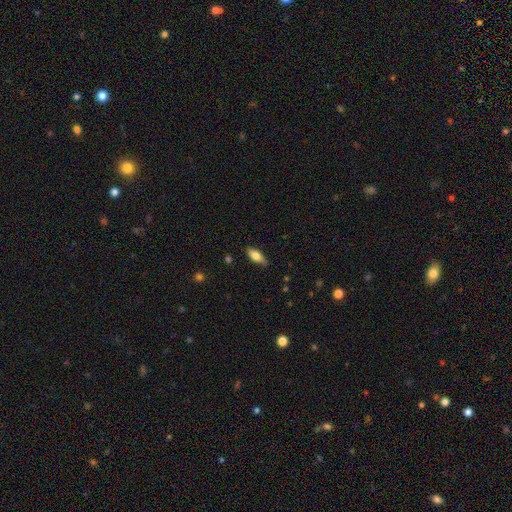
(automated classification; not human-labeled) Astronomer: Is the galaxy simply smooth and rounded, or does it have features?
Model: smooth — 68%.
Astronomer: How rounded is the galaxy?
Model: in between — 73%.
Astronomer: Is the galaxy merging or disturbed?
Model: none — 82%.